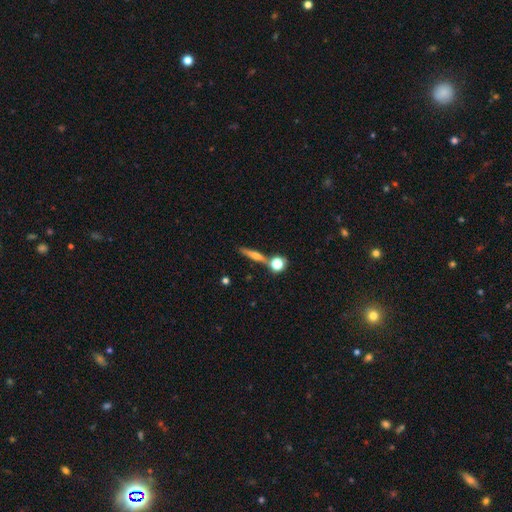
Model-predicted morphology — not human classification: A featured or disk galaxy (49%).

Vote fractions:
- Smooth or featured? featured or disk: 49% / smooth: 40% / star or artifact: 11%
- Merging? none: 72% / merger: 15% / minor disturbance: 10% / major disturbance: 4%